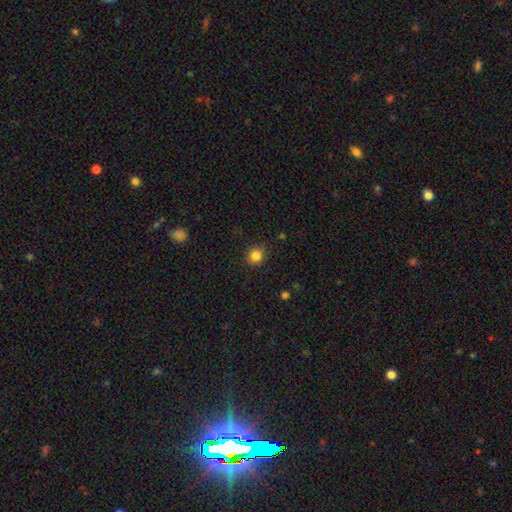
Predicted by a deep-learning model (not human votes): A smooth galaxy with no disk features (83%) that is round (83%). Merging: none (86%).